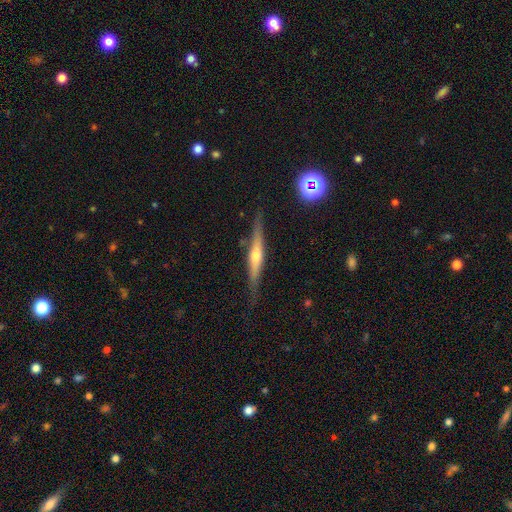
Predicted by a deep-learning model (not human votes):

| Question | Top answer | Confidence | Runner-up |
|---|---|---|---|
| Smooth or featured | featured or disk | 67% | smooth (26%) |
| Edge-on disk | yes | 96% | no (4%) |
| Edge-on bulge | rounded | 82% | none (11%) |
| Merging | none | 81% | minor disturbance (14%) |